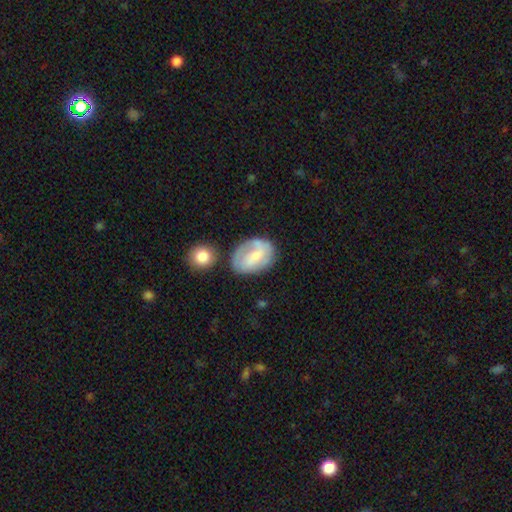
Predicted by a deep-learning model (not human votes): Smooth or featured: featured or disk — 53% (smooth — 41%)
Edge-on disk: no — 96% (yes — 4%)
Bar: weak — 44% (no — 41%)
Spiral arms: yes — 68% (no — 32%)
Bulge size: small — 52% (moderate — 40%)
Merging: none — 57% (minor disturbance — 25%)